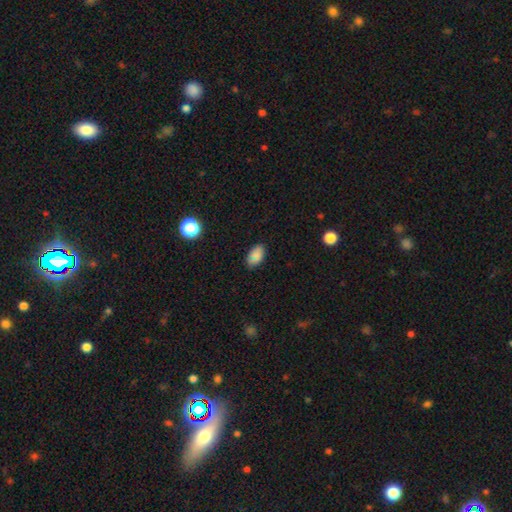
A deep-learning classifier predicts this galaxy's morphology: A smooth galaxy with no disk features (83%) that is in between round and cigar-shaped (92%).

Vote fractions:
- Smooth or featured? smooth: 83% / star or artifact: 9% / featured or disk: 8%
- How rounded? in between: 92% / round: 6% / cigar-shaped: 2%
- Merging? none: 82% / minor disturbance: 14% / major disturbance: 3% / merger: 1%